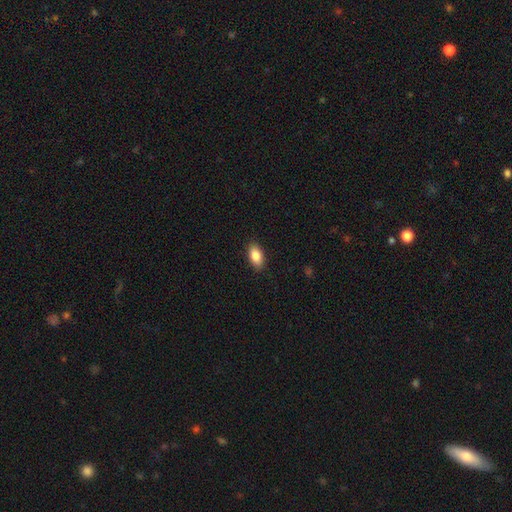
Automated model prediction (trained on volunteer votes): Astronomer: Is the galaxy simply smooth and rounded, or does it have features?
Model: smooth — 85%.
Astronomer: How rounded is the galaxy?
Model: in between — 91%.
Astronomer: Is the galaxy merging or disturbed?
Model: none — 89%.